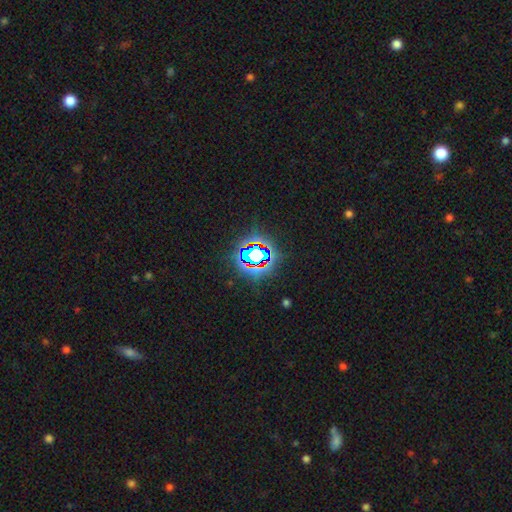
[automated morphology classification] This appears to be a star or artifact, not a galaxy (74%).